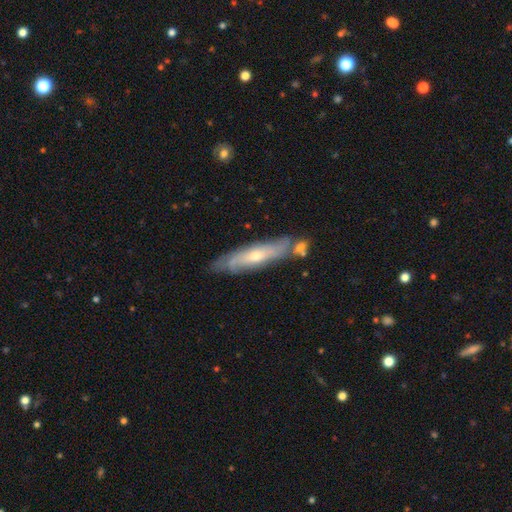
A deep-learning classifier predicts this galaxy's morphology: smooth-or-featured: featured or disk: 64% | smooth: 30% | star or artifact: 7%
  disk-edge-on: yes: 52% | no: 48%
  merging: none: 72% | minor disturbance: 16% | merger: 9% | major disturbance: 3%